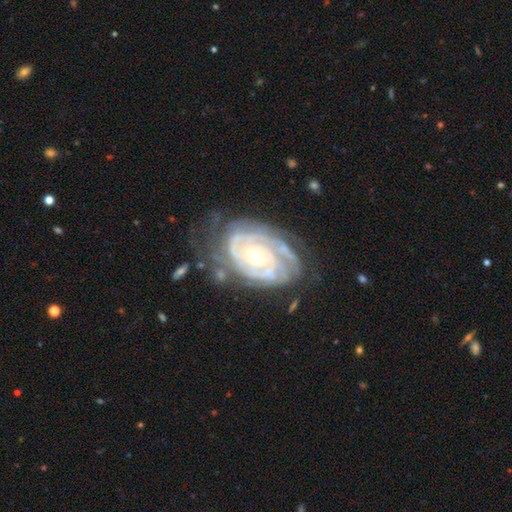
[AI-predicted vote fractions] featured or disk 89%, smooth 6%, star or artifact 5%. Down the decision tree: edge-on disk — no (96%); bar — no (75%); spiral arms — yes (95%); spiral arm count — can't tell (36%); spiral winding — tight (80%); bulge size — small (48%, tied with moderate); merging — none (61%).